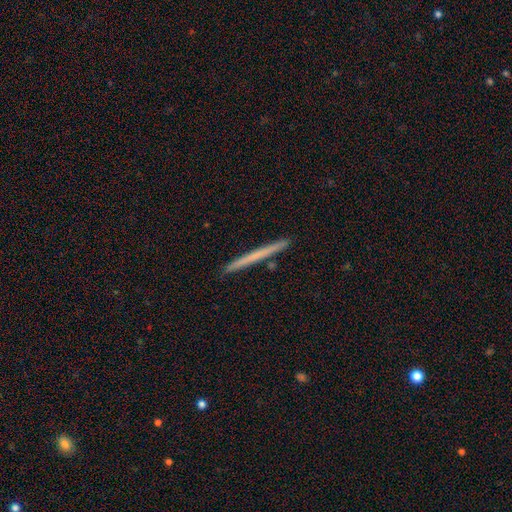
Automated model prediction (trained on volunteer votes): Morphology: type=smooth (56%); roundness=cigar-shaped (98%); merging=none (93%).